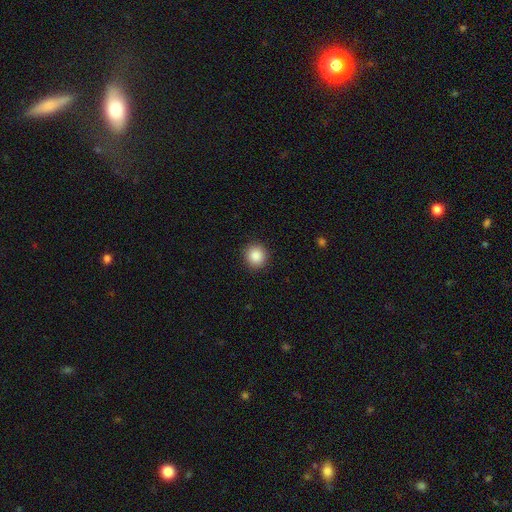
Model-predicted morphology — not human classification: The model was most divided on "smooth or featured": smooth: 87%, star or artifact: 9%, featured or disk: 4%. More confident: how rounded — round (92%); merging — none (92%).